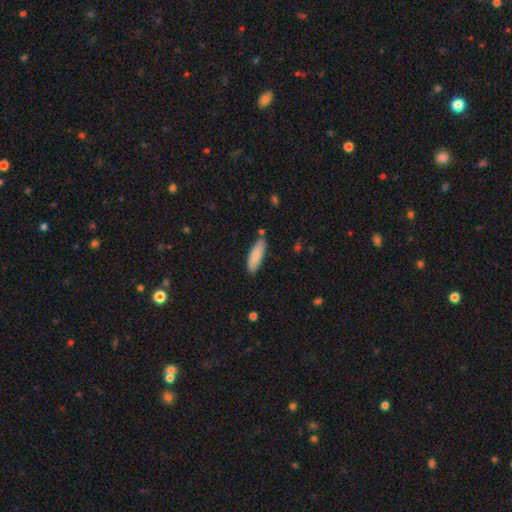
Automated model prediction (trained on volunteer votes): Overall: smooth (86%). How rounded: in between (55%; cigar-shaped 44%). Merging: none (80%).